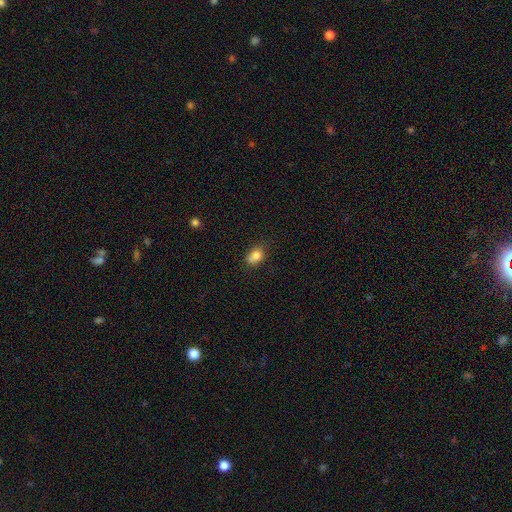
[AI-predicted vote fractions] A smooth galaxy with no disk features (79%) that is in between round and cigar-shaped (60%).

Vote fractions:
- Smooth or featured? smooth: 79% / star or artifact: 11% / featured or disk: 10%
- How rounded? in between: 60% / round: 39% / cigar-shaped: 2%
- Merging? none: 56% / minor disturbance: 23% / merger: 16% / major disturbance: 6%